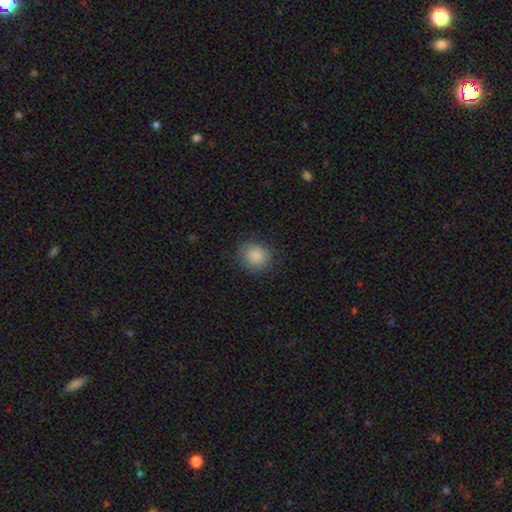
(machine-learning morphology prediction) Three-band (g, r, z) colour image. It shows a smooth galaxy with no disk features (87%) that is round (78%). Merging: none (84%).